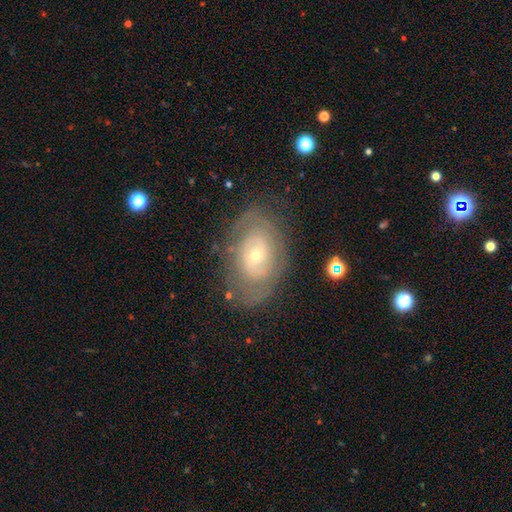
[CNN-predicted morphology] This is likely a featured or disk galaxy (70%). It is clearly not viewed edge-on (95%). Bar: likely no (74%). Spiral arm pattern: likely yes (72%). Central bulge: likely small (62%). Merging: likely none (74%).